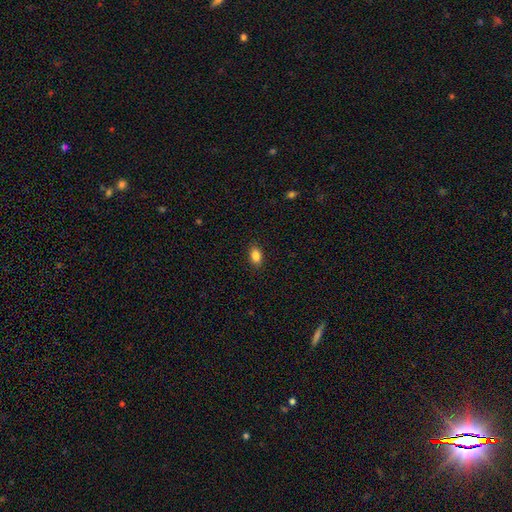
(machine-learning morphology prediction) Smooth or featured?
  - smooth: 87% *
  - star or artifact: 9%
  - featured or disk: 4%
How rounded?
  - in between: 86% *
  - round: 12%
  - cigar-shaped: 2%
Merging?
  - none: 89% *
  - minor disturbance: 8%
  - major disturbance: 2%
  - merger: 1%